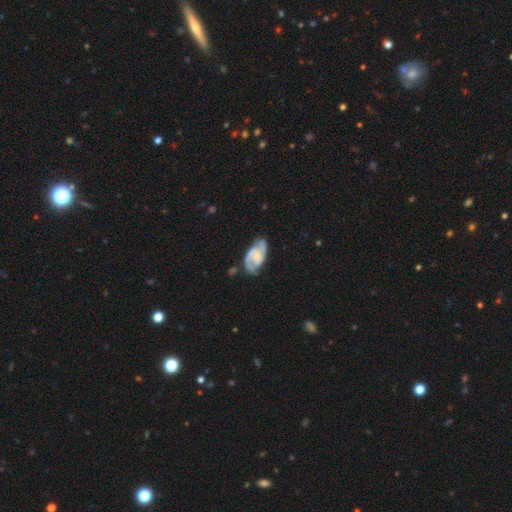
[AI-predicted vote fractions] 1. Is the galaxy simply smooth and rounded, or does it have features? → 87% featured or disk, 9% smooth, 4% star or artifact.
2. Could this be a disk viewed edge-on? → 97% no, 3% yes.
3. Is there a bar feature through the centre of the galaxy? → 51% no, 39% weak, 10% strong.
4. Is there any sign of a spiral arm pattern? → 97% yes, 3% no.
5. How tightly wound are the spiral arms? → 48% medium, 41% tight, 11% loose.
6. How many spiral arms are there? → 90% 2, 4% can't tell, 3% 3, 2% 1, 1% 4, 1% more than 4.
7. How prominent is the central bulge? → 54% small, 26% moderate, 16% none, 2% large, 1% dominant.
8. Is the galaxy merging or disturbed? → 73% none, 19% minor disturbance, 6% major disturbance, 2% merger.